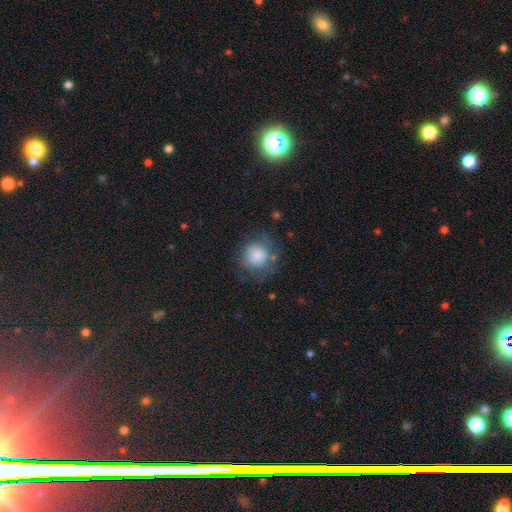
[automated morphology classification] smooth_or_featured: smooth (p=0.64) [alt: featured or disk p=0.25]
how_rounded: round (p=0.88) [alt: in between p=0.11]
merging: none (p=0.62) [alt: minor disturbance p=0.21]